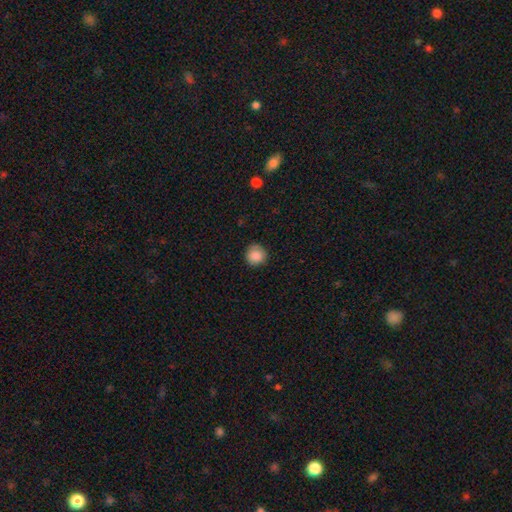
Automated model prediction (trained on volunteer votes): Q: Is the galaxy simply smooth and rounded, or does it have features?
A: smooth — 86%.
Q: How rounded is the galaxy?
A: round — 92%.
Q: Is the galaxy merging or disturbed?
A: none — 84%.